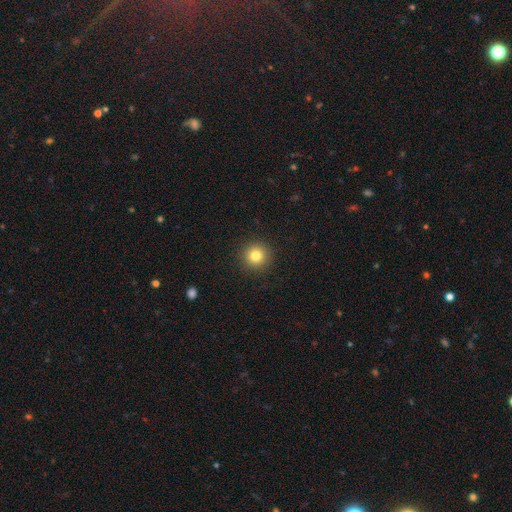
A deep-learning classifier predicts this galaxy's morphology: Overall: smooth (82%). How rounded: round (95%). Merging: none (92%).